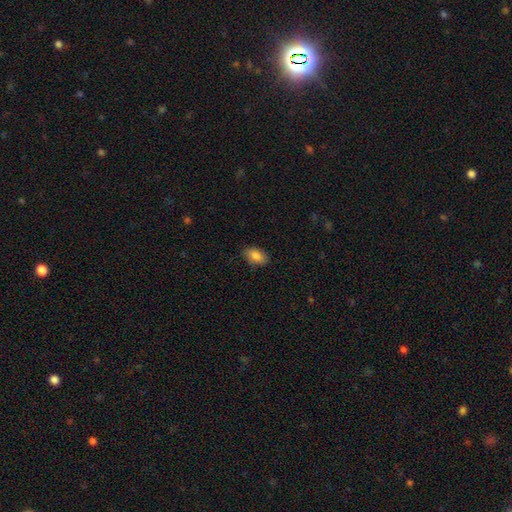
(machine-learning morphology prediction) smooth-or-featured: smooth: 86% | star or artifact: 8% | featured or disk: 6%
  how-rounded: in between: 91% | round: 7% | cigar-shaped: 2%
  merging: none: 84% | minor disturbance: 13% | major disturbance: 3% | merger: 1%